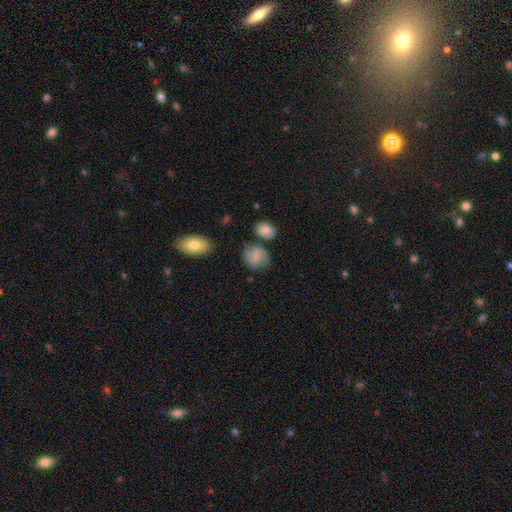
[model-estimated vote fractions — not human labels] Smooth or featured: smooth — 62% (featured or disk — 29%)
How rounded: round — 54% (in between — 45%)
Merging: none — 64% (minor disturbance — 21%)